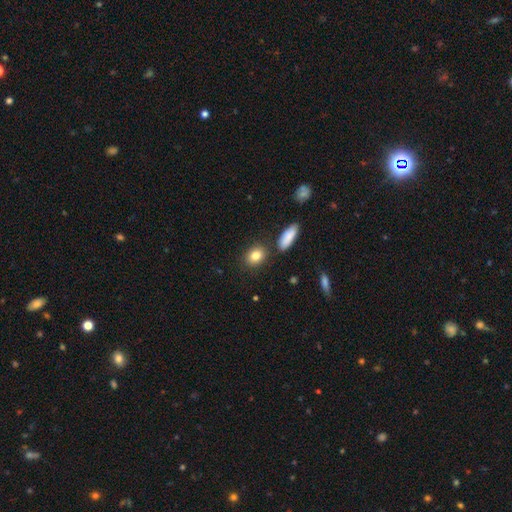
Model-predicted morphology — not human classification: smooth 84%, star or artifact 8%, featured or disk 8%. Down the decision tree: how rounded — in between (62%); merging — none (79%).